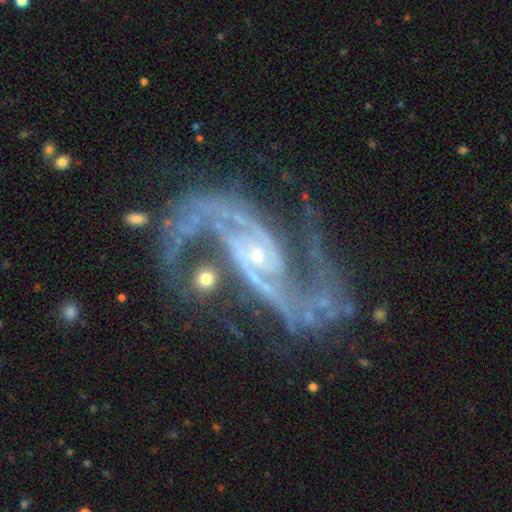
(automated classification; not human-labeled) Morphology: type=featured or disk (93%); edge-on=no (98%); bar=no (41%); spiral arms=yes (98%); winding=medium (54%); arm count=2 (92%); bulge=small (81%); merging=none (62%).